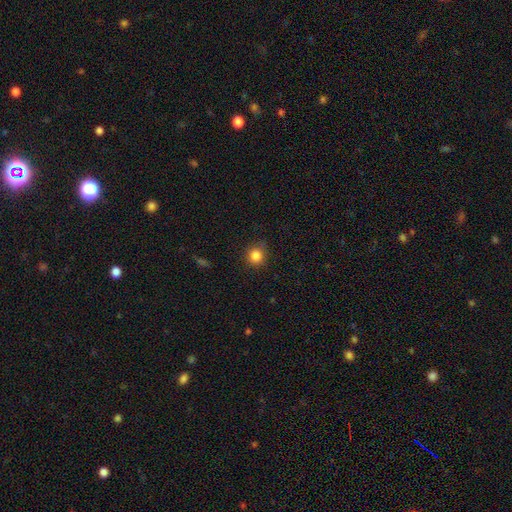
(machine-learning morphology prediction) Q: Smooth or featured?
A: smooth (85%); runner-up: star or artifact (11%)
Q: How rounded?
A: round (90%); runner-up: in between (9%)
Q: Merging?
A: none (86%); runner-up: minor disturbance (11%)